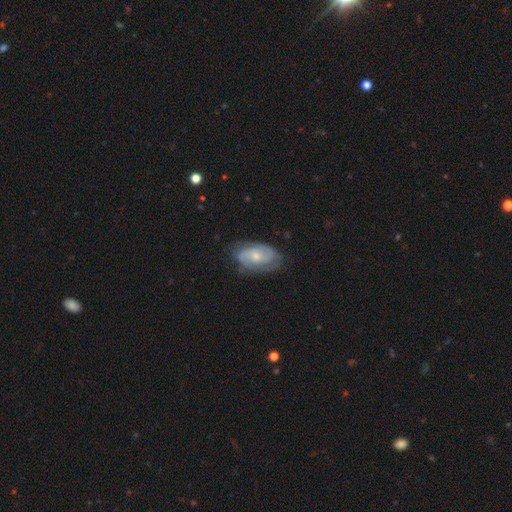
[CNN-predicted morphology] Smooth or featured? featured or disk (75%)
Edge-on disk? no (96%)
Bar? no (62%)
Spiral arms? yes (92%)
Spiral winding? medium (44%)
Spiral arm count? 2 (70%)
Bulge size? small (58%)
Merging? none (71%)